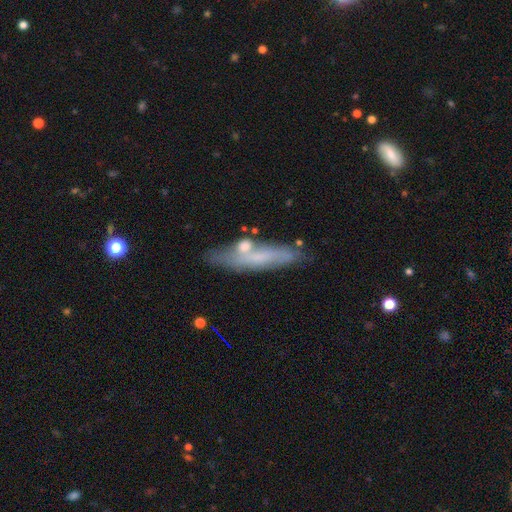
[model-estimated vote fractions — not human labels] This appears to be a smooth galaxy with no disk features (46%). Merging: none (66%).